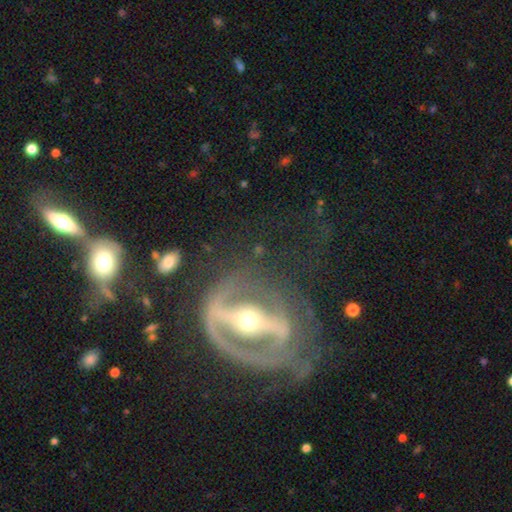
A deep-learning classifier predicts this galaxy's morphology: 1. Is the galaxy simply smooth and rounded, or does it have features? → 84% featured or disk, 8% smooth, 7% star or artifact.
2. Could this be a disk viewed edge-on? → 90% no, 10% yes.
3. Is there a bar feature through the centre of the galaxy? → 72% strong, 16% weak, 11% no.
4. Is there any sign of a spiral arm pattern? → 68% yes, 32% no.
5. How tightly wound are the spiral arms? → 41% medium, 37% tight, 21% loose.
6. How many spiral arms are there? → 58% 2, 18% can't tell, 14% 1, 5% 3, 2% 4, 2% more than 4.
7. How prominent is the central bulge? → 48% small, 46% moderate, 3% large, 1% dominant, 1% none.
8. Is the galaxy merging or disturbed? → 42% none, 36% major disturbance, 18% minor disturbance, 4% merger.